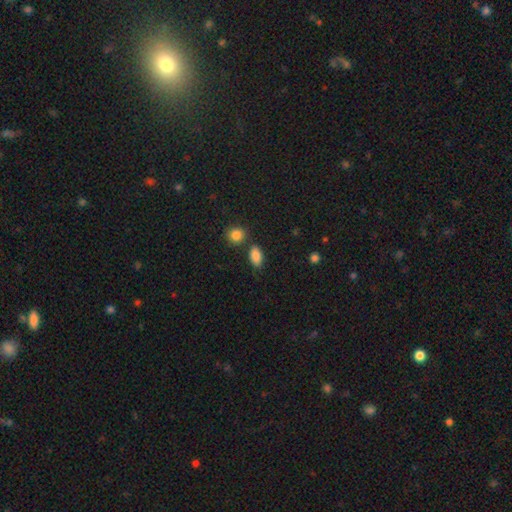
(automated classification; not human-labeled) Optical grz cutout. It shows a smooth galaxy with no disk features (88%) that is in between round and cigar-shaped (90%). Merging: none (75%).